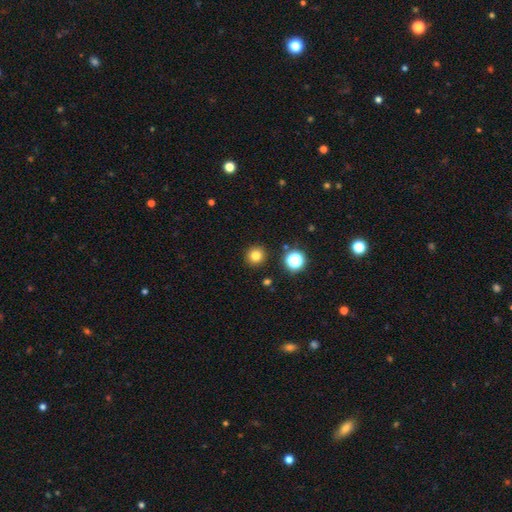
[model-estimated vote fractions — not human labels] Smooth or featured? Predicted: smooth (p=0.80). How rounded? Predicted: round (p=0.94). Merging? Predicted: none (p=0.91).